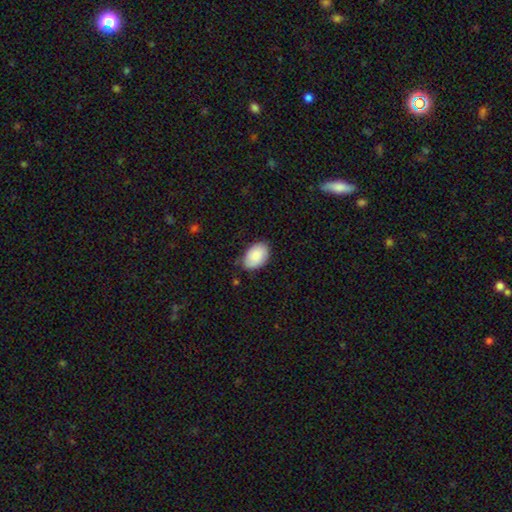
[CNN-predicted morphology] This appears to be a smooth galaxy with no disk features (87%) that is in between round and cigar-shaped (91%). Merging: none (76%).